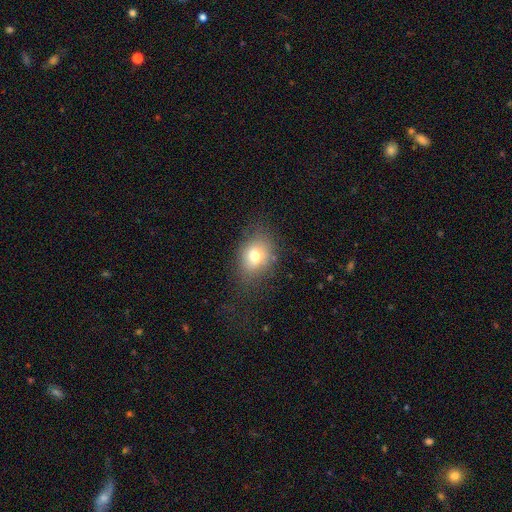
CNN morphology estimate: This appears to be a smooth galaxy with no disk features (74%) that is in between round and cigar-shaped (63%). Merging: none (68%).